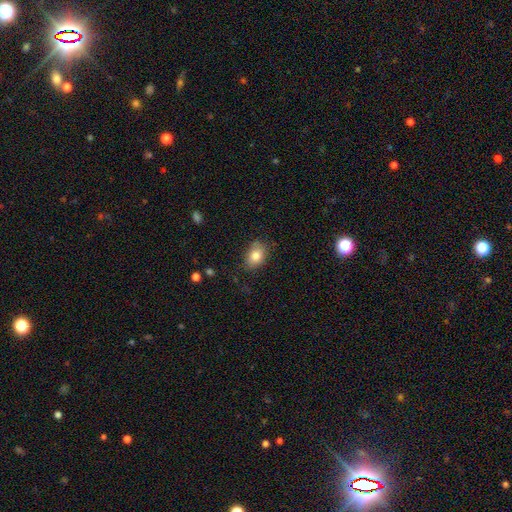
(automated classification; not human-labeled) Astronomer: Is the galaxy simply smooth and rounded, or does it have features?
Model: smooth — 82%.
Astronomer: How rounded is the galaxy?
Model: in between — 75%.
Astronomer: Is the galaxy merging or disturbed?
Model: none — 75%.